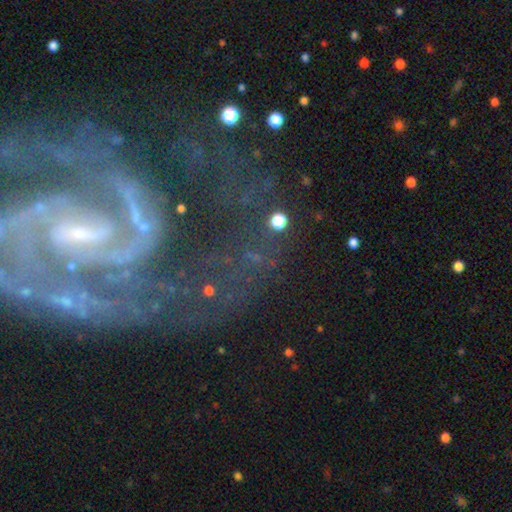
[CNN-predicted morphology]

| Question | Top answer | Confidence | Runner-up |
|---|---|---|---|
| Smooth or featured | featured or disk | 73% | star or artifact (16%) |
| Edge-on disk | no | 94% | yes (6%) |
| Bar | weak | 37% | strong (32%) |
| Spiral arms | yes | 82% | no (18%) |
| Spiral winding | medium | 42% | tight (31%) |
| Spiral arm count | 2 | 44% | can't tell (21%) |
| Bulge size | small | 52% | moderate (24%) |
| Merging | none | 40% | major disturbance (34%) |